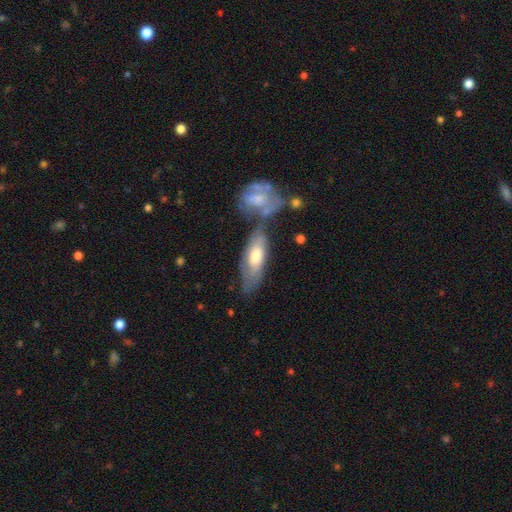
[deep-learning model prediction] Morphology: type=smooth (51%); roundness=in between (68%); merging=none (46%).